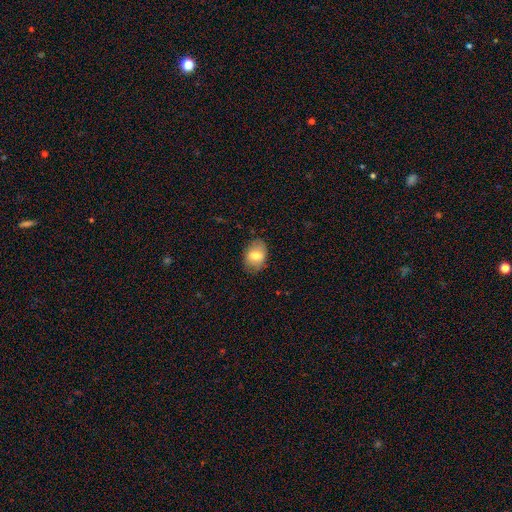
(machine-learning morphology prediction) This is likely a smooth galaxy (71%). How rounded: clearly in between (81%). Merging: likely none (80%).